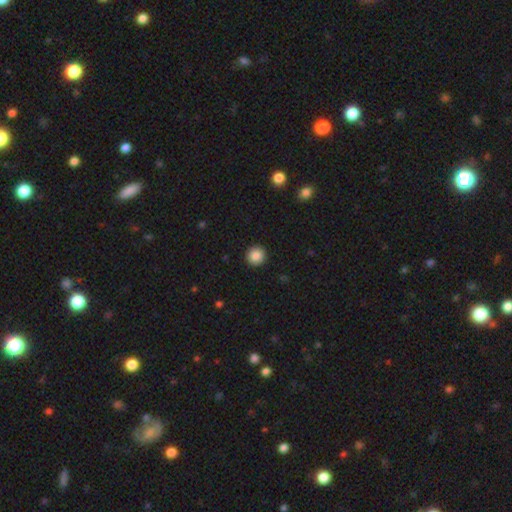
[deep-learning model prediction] smooth 87%, star or artifact 9%, featured or disk 4%. Down the decision tree: how rounded — round (95%); merging — none (93%).